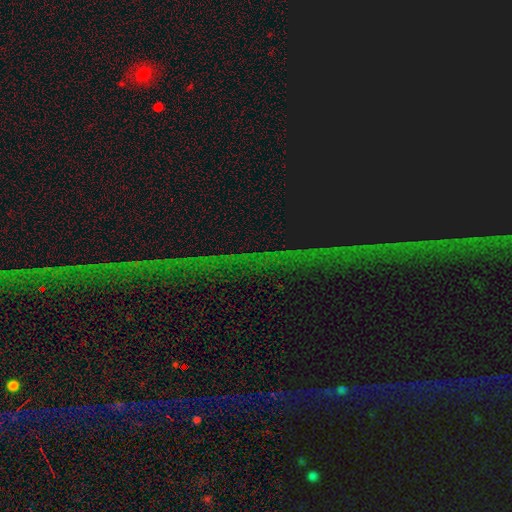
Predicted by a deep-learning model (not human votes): Q: Smooth or featured?
A: star or artifact (85%); runner-up: featured or disk (9%)